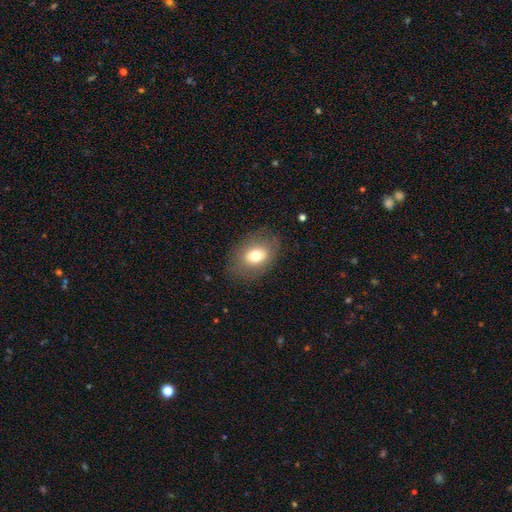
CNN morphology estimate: A smooth galaxy with no disk features (72%) that is in between round and cigar-shaped (74%).

Vote fractions:
- Smooth or featured? smooth: 72% / featured or disk: 19% / star or artifact: 10%
- How rounded? in between: 74% / round: 25% / cigar-shaped: 1%
- Merging? none: 80% / minor disturbance: 13% / major disturbance: 6% / merger: 1%